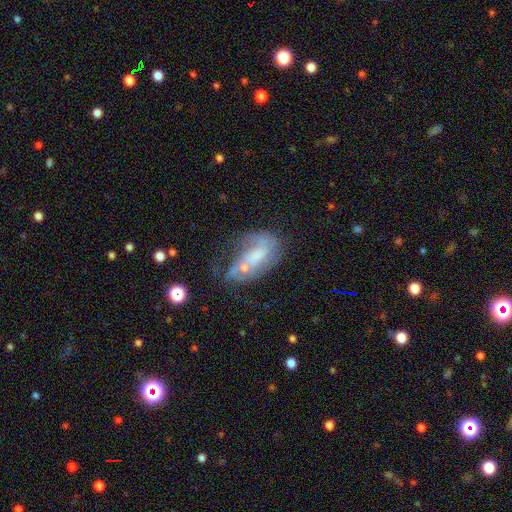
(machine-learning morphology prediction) Overall: featured or disk (56%; smooth 34%). Edge-on disk: no (93%). Bar: no (60%; weak 30%). Spiral arms: yes (55%; no 45%). Bulge size: small (37%; moderate 34%). Merging: none (31%; major disturbance 29%).